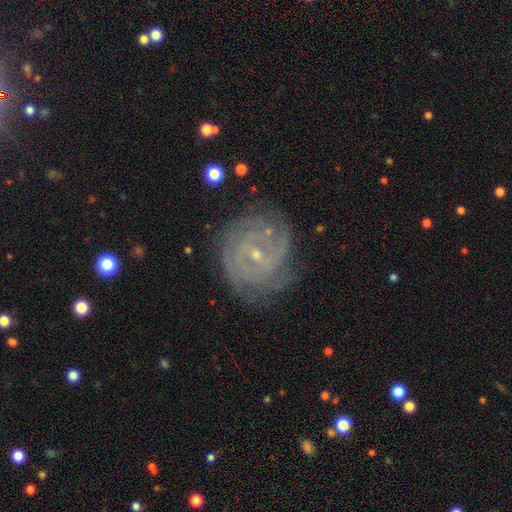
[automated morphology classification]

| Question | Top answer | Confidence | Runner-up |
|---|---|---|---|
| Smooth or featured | featured or disk | 82% | smooth (10%) |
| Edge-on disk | no | 97% | yes (3%) |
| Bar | no | 52% | weak (39%) |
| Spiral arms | yes | 95% | no (5%) |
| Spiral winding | tight | 73% | medium (22%) |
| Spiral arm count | can't tell | 34% | 2 (20%) |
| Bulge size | small | 81% | moderate (15%) |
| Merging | none | 76% | minor disturbance (16%) |